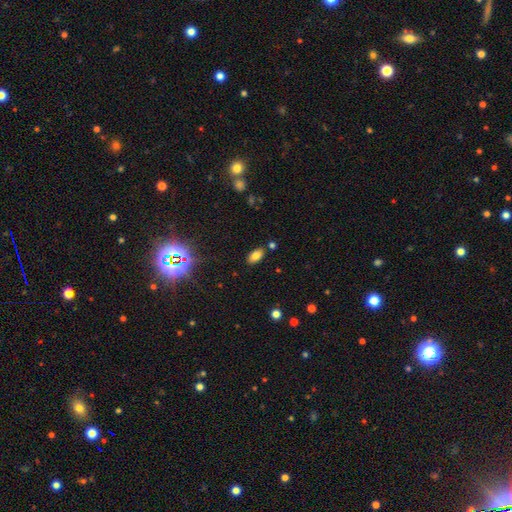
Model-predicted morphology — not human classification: This is likely a smooth galaxy (78%). How rounded: clearly in between (92%). Merging: clearly none (82%).